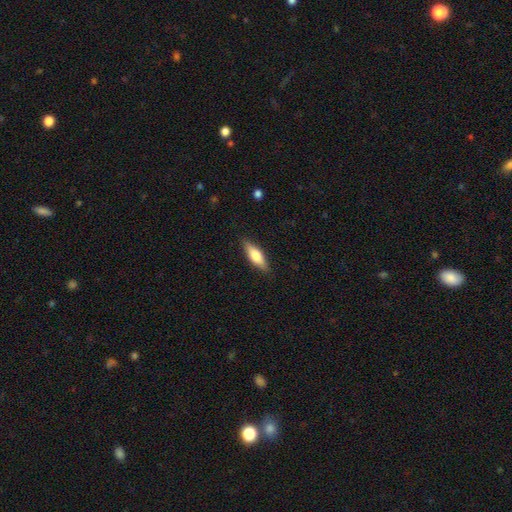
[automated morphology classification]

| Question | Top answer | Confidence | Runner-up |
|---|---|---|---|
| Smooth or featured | smooth | 62% | featured or disk (32%) |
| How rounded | in between | 51% | cigar-shaped (47%) |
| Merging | none | 87% | minor disturbance (10%) |